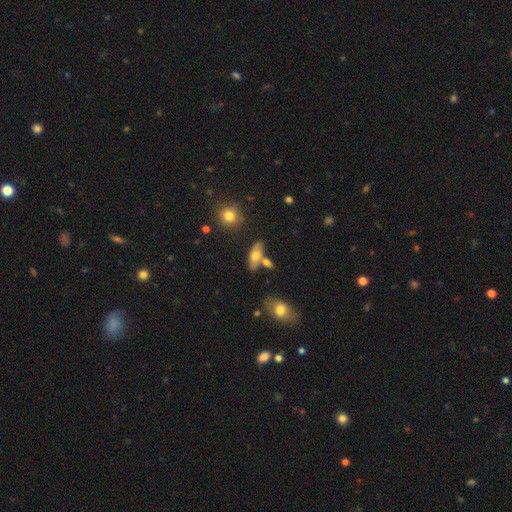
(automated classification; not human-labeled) Smooth or featured: smooth — 61% (featured or disk — 30%)
How rounded: in between — 77% (cigar-shaped — 18%)
Merging: none — 54% (merger — 24%)